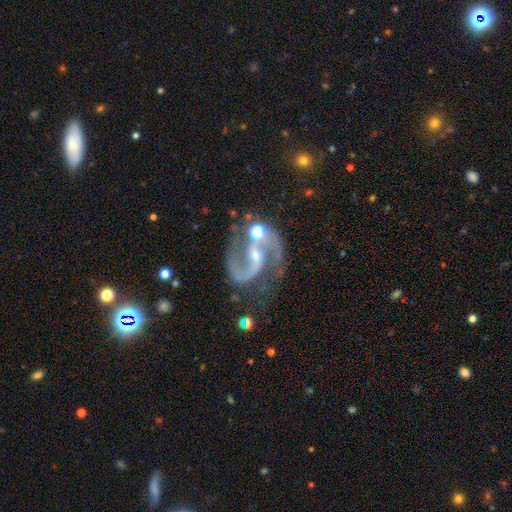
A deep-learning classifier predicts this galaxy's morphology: type=featured or disk (89%); edge-on=no (98%); bar=weak (43%); spiral arms=yes (97%); winding=medium (53%); arm count=2 (83%); bulge=small (56%); merging=none (50%).